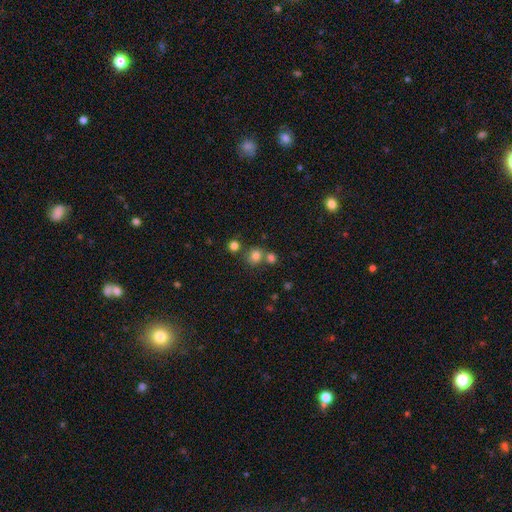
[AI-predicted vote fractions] Overall: smooth (76%). How rounded: round (82%). Merging: none (61%; merger 26%).